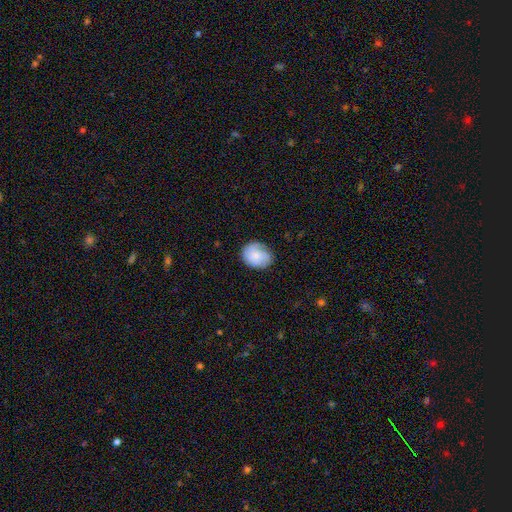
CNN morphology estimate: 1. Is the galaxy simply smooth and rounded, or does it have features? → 68% smooth, 24% featured or disk, 7% star or artifact.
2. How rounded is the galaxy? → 59% round, 40% in between, 1% cigar-shaped.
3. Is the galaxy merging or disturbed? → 74% none, 20% minor disturbance, 5% major disturbance, 1% merger.